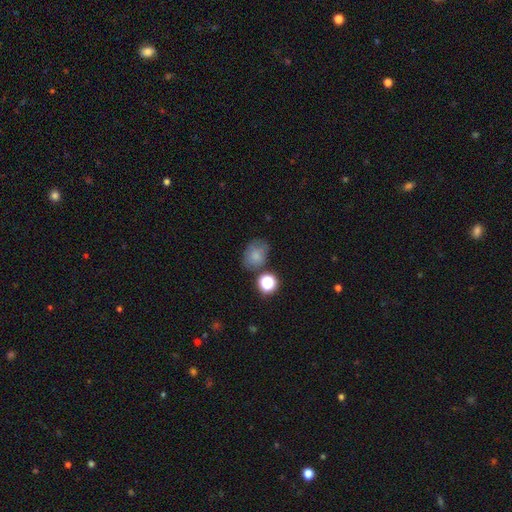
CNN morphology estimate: This is likely a smooth galaxy (76%). How rounded: likely in between (60%). Merging: possibly none (58%).